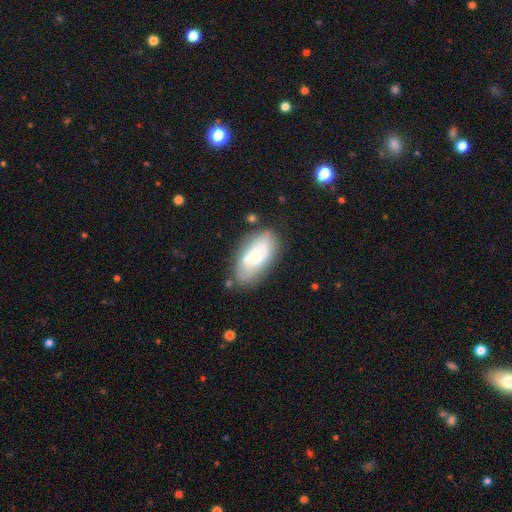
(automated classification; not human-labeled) This appears to be a smooth galaxy with no disk features (49%). Merging: none (69%).